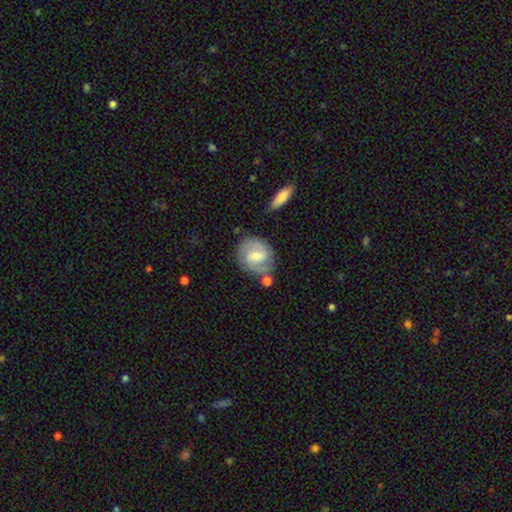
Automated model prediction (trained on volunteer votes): The model was most divided on "spiral winding": medium: 43%, tight: 40%, loose: 17%. Remaining: edge-on disk — no (96%); spiral arms — yes (88%); spiral arm count — 2 (74%); merging — none (68%); smooth or featured — featured or disk (62%); bar — weak (55%); bulge size — moderate (49%).